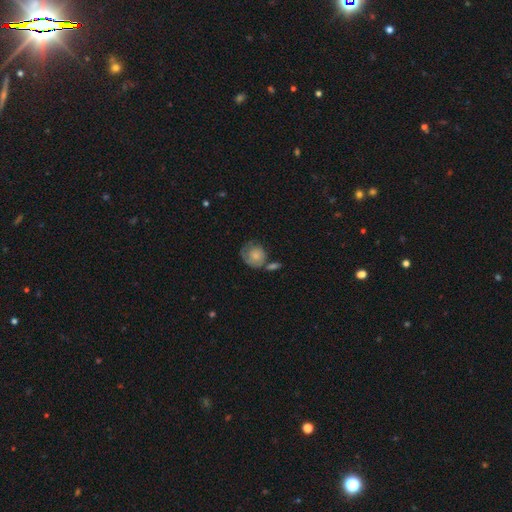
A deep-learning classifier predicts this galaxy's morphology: Q: Smooth or featured?
A: smooth (60%); runner-up: featured or disk (33%)
Q: How rounded?
A: round (74%); runner-up: in between (25%)
Q: Merging?
A: none (43%); runner-up: minor disturbance (25%)